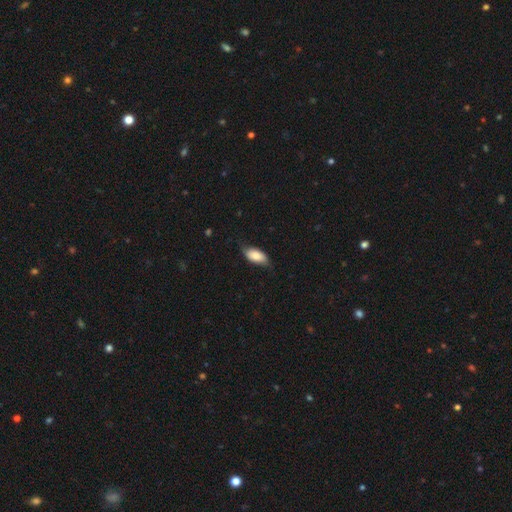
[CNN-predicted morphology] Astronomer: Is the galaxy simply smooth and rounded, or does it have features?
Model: smooth — 77%.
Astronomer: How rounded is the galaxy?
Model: in between — 91%.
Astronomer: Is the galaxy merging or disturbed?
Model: none — 67%.